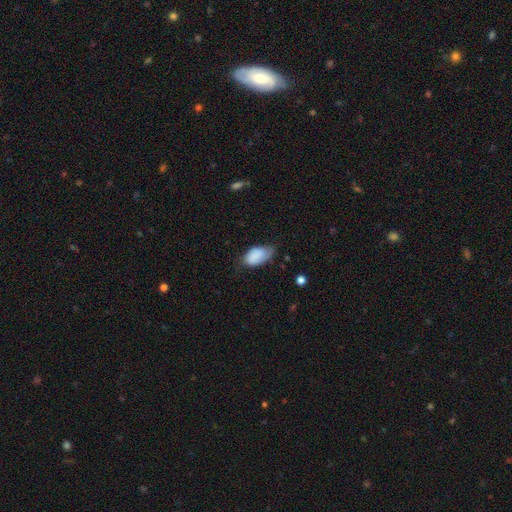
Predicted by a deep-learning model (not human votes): The model was most divided on "merging": none: 48%, minor disturbance: 40%, major disturbance: 10%, merger: 2%. More confident: how rounded — in between (94%); smooth or featured — smooth (81%).